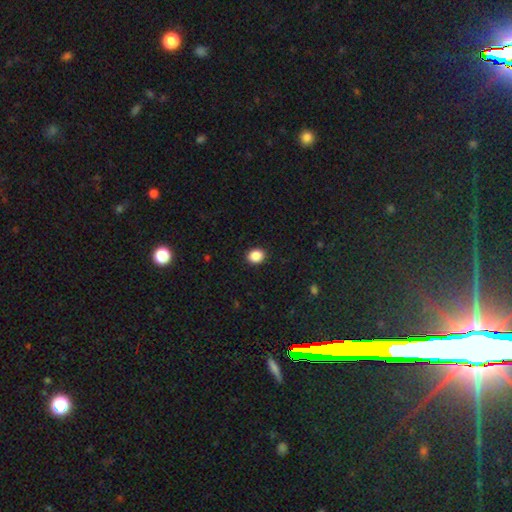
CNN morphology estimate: smooth_or_featured: smooth (p=0.88) [alt: star or artifact p=0.09]
how_rounded: round (p=0.57) [alt: in between p=0.42]
merging: none (p=0.91) [alt: minor disturbance p=0.06]